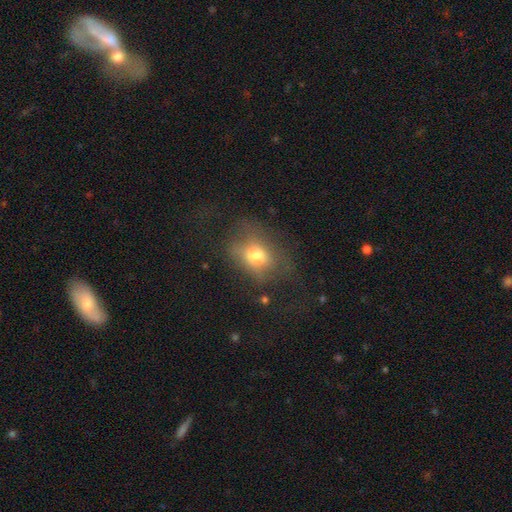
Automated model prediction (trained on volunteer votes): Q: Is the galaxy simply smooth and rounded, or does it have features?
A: smooth — 66%.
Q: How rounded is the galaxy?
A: in between — 59%.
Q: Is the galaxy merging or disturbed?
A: none — 46%.